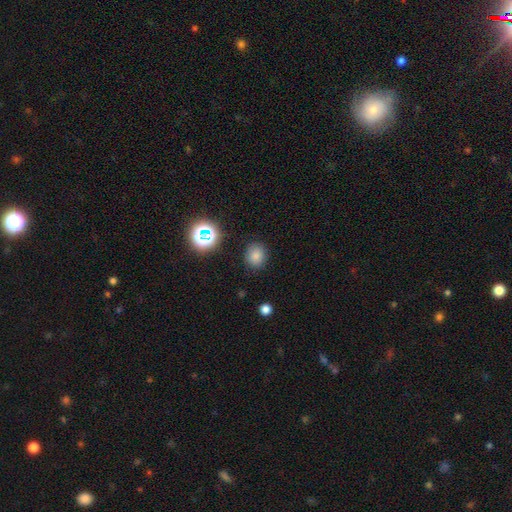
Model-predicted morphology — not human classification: type=smooth (77%); roundness=round (72%); merging=none (86%).